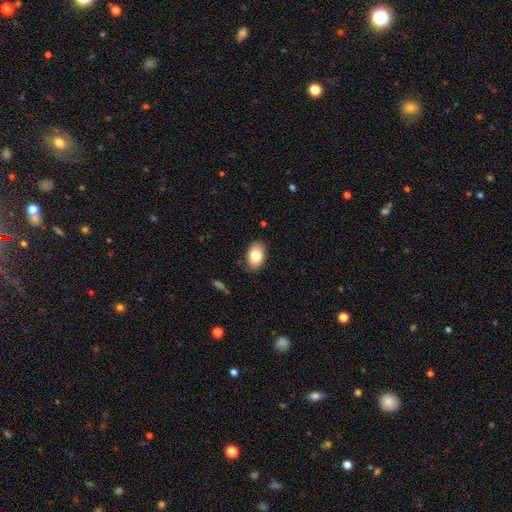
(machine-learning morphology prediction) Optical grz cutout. It shows a smooth galaxy with no disk features (80%) that is in between round and cigar-shaped (84%). Merging: none (87%).